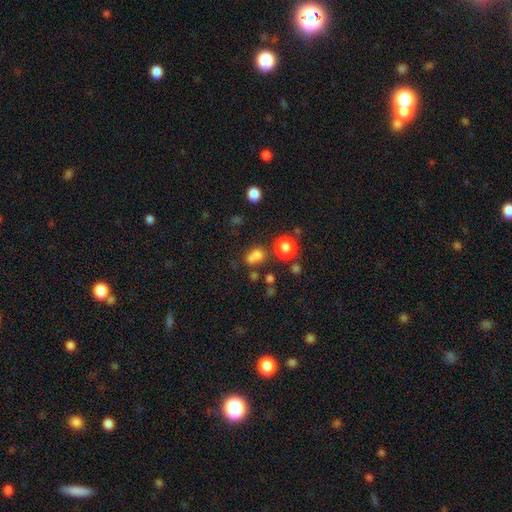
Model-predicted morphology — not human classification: A smooth galaxy with no disk features (70%) that is round (64%).

Vote fractions:
- Smooth or featured? smooth: 70% / star or artifact: 19% / featured or disk: 11%
- How rounded? round: 64% / in between: 34% / cigar-shaped: 2%
- Merging? none: 43% / merger: 37% / minor disturbance: 12% / major disturbance: 7%